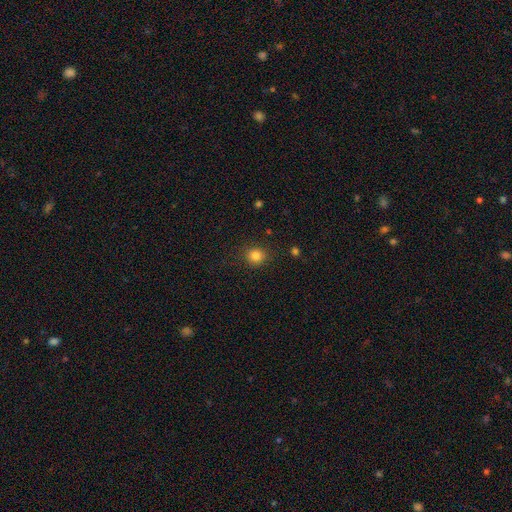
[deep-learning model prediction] A smooth galaxy with no disk features (83%) that is round (88%). Merging: none (89%).